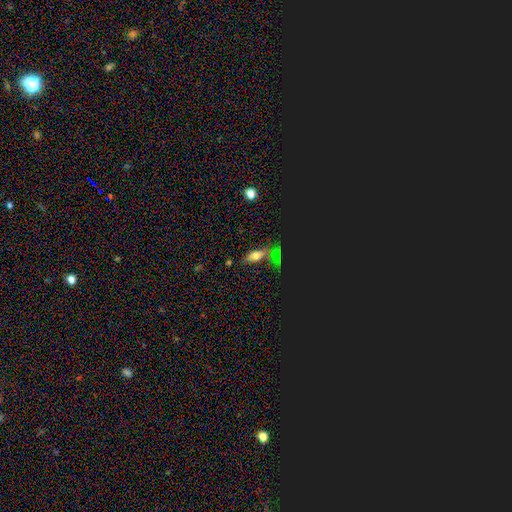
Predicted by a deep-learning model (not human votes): smooth 55%, star or artifact 27%, featured or disk 18%. Down the decision tree: how rounded — in between (70%); merging — none (57%).